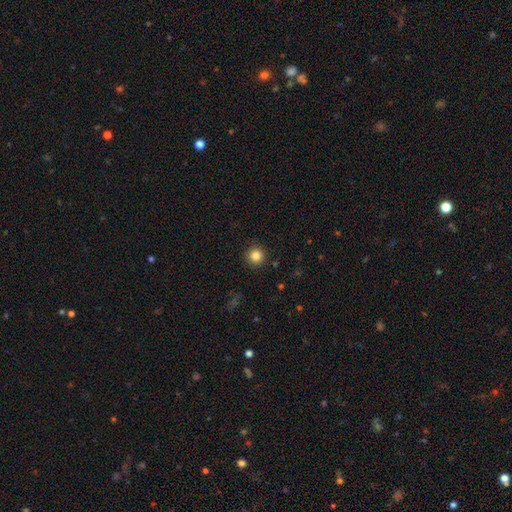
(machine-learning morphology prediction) smooth-or-featured: smooth: 84% | star or artifact: 11% | featured or disk: 5%
  how-rounded: round: 95% | in between: 4% | cigar-shaped: 1%
  merging: none: 92% | minor disturbance: 5% | major disturbance: 2% | merger: 1%